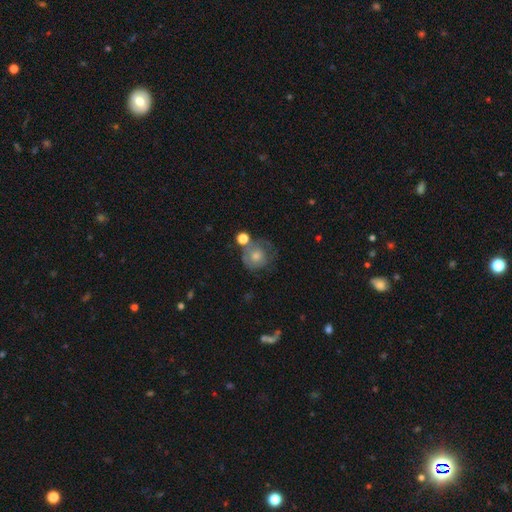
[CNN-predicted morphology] This appears to be a smooth galaxy with no disk features (59%) that is round (82%). Merging: none (42%).